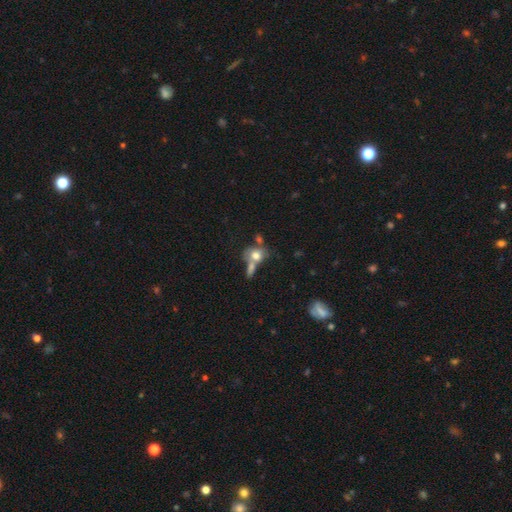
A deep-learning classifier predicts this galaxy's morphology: Overall: smooth (69%). How rounded: in between (51%; round 47%). Merging: merger (51%; none 28%).